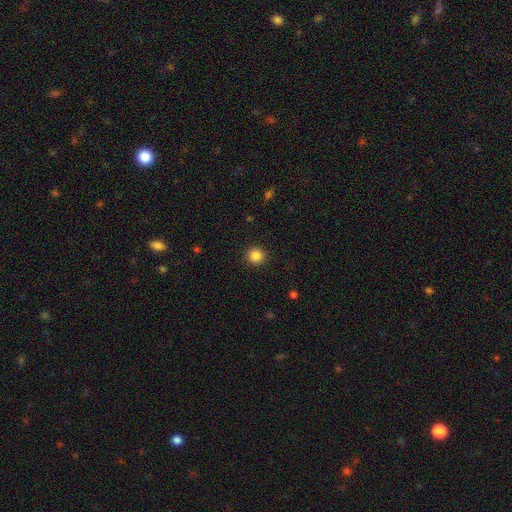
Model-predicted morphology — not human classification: type=smooth (86%); roundness=round (92%); merging=none (92%).